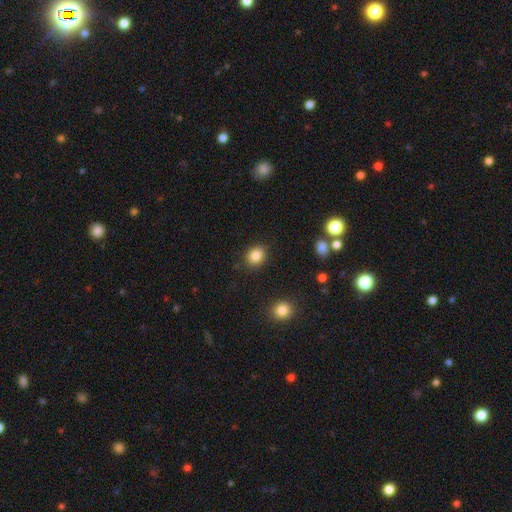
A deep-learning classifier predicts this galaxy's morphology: Overall: smooth (85%). How rounded: round (64%; in between 36%). Merging: none (87%).